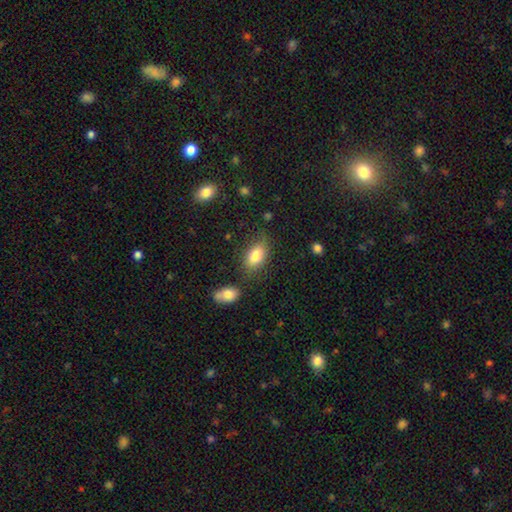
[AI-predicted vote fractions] This is clearly a smooth galaxy (80%). How rounded: clearly in between (88%). Merging: likely none (73%).